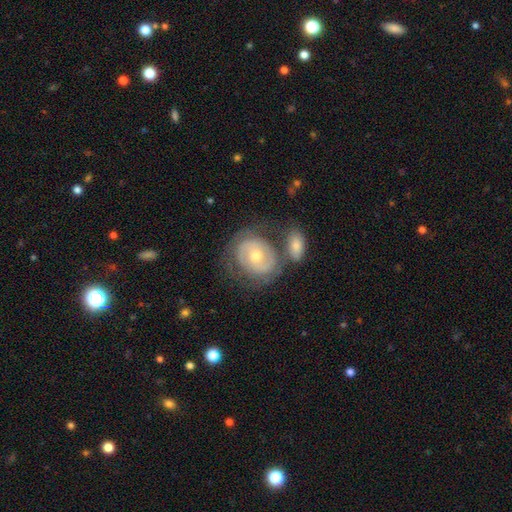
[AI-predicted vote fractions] smooth-or-featured: featured or disk: 70% | smooth: 24% | star or artifact: 6%
  disk-edge-on: no: 97% | yes: 3%
    bar: no: 66% | weak: 26% | strong: 8%
    has-spiral-arms: yes: 73% | no: 27%
    bulge-size: moderate: 59% | small: 37% | large: 3% | none: 1% | dominant: 1%
  merging: none: 55% | merger: 17% | minor disturbance: 17% | major disturbance: 11%